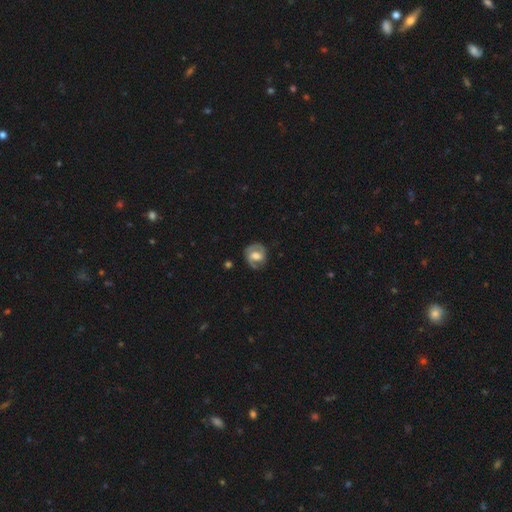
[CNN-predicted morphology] Smooth or featured? featured or disk (72%)
Edge-on disk? no (97%)
Bar? weak (47%)
Spiral arms? yes (87%)
Spiral winding? medium (46%)
Spiral arm count? 2 (83%)
Bulge size? moderate (57%)
Merging? none (77%)